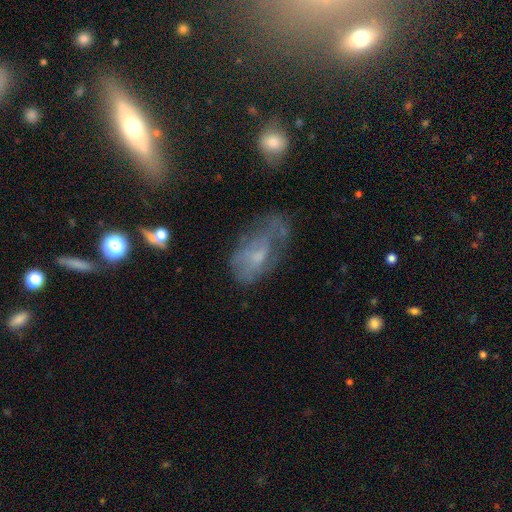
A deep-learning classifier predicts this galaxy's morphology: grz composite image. It shows a featured or disk galaxy (48%). Merging: none (36%).